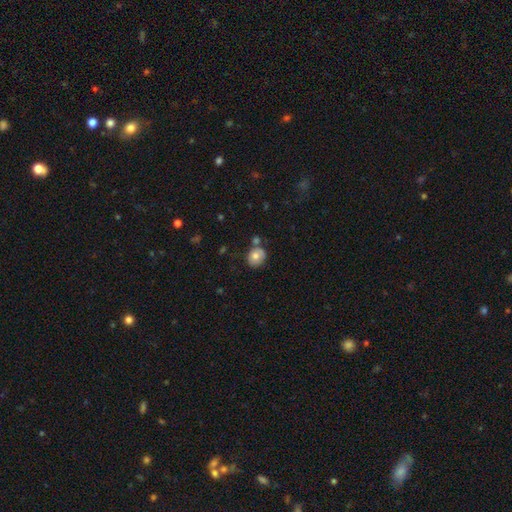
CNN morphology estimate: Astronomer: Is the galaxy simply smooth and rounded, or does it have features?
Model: smooth — 74%.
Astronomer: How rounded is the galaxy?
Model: round — 73%.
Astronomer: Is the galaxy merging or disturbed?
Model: none — 64%.